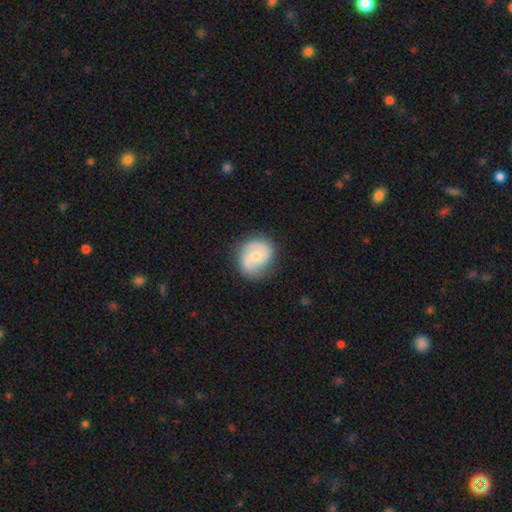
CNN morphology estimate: This is likely a featured or disk galaxy (63%). It is clearly not viewed edge-on (98%). Bar: possibly no (56%). Spiral arm pattern: clearly yes (89%). Spiral arm count: likely 2 (80%). Spiral winding: possibly medium (46%). Central bulge: possibly small (47%, tied with moderate). Merging: likely none (78%).